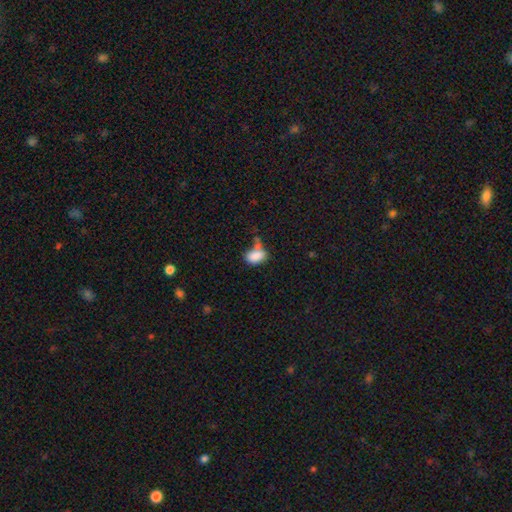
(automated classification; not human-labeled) Smooth or featured? Predicted: smooth (p=0.83). How rounded? Predicted: in between (p=0.88). Merging? Predicted: none (p=0.35).